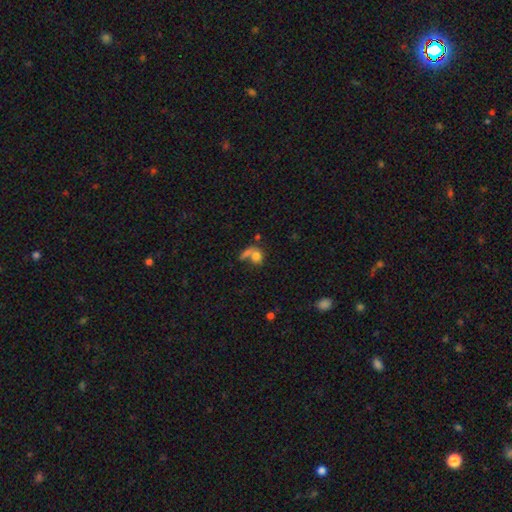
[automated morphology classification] Q: Smooth or featured?
A: smooth (73%); runner-up: featured or disk (16%)
Q: How rounded?
A: round (59%); runner-up: in between (38%)
Q: Merging?
A: merger (45%); runner-up: none (32%)